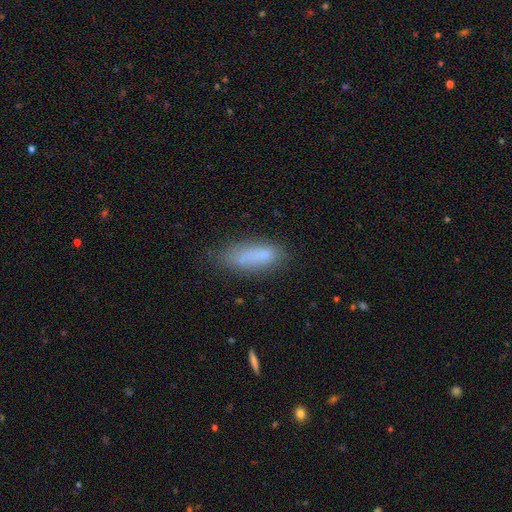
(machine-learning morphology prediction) A smooth galaxy with no disk features (78%) that is in between round and cigar-shaped (58%).

Vote fractions:
- Smooth or featured? smooth: 78% / featured or disk: 13% / star or artifact: 9%
- How rounded? in between: 58% / cigar-shaped: 40% / round: 2%
- Merging? none: 63% / minor disturbance: 25% / major disturbance: 8% / merger: 4%